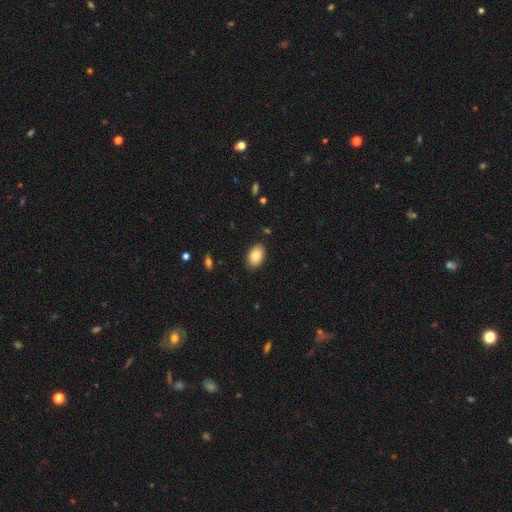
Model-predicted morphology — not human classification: This appears to be a smooth galaxy with no disk features (86%) that is in between round and cigar-shaped (91%). Merging: none (87%).